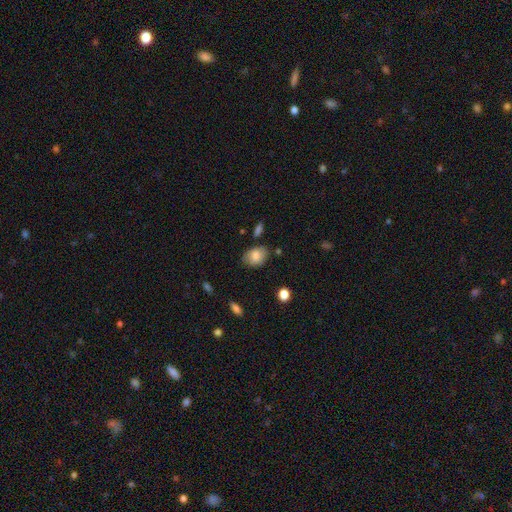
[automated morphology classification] smooth 80%, featured or disk 12%, star or artifact 8%. Down the decision tree: how rounded — in between (72%); merging — none (73%).